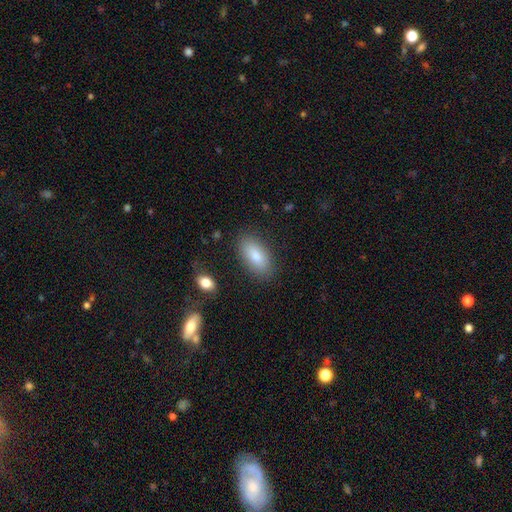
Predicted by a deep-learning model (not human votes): Morphology: type=smooth (83%); roundness=in between (91%); merging=none (84%).